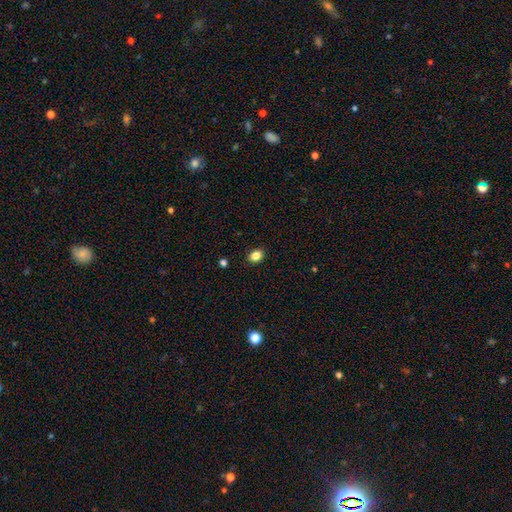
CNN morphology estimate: smooth_or_featured: smooth (p=0.85) [alt: star or artifact p=0.10]
how_rounded: in between (p=0.64) [alt: round p=0.35]
merging: none (p=0.89) [alt: minor disturbance p=0.08]